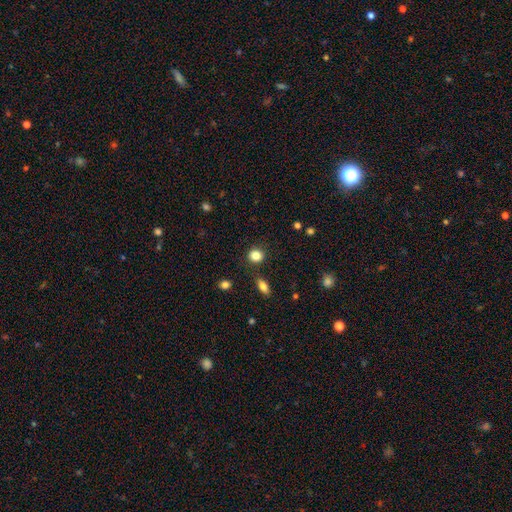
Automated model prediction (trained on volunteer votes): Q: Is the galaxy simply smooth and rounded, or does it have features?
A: smooth — 85%.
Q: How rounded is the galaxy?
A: round — 85%.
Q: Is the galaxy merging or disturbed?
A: none — 86%.